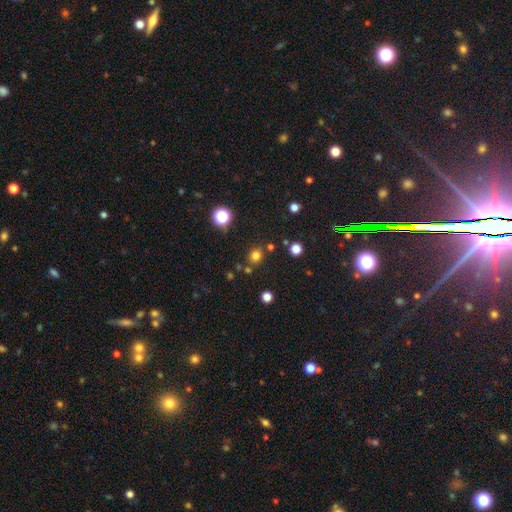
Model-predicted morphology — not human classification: A smooth galaxy with no disk features (77%) that is round (77%).

Vote fractions:
- Smooth or featured? smooth: 77% / star or artifact: 19% / featured or disk: 5%
- How rounded? round: 77% / in between: 22% / cigar-shaped: 1%
- Merging? none: 80% / minor disturbance: 9% / merger: 8% / major disturbance: 3%